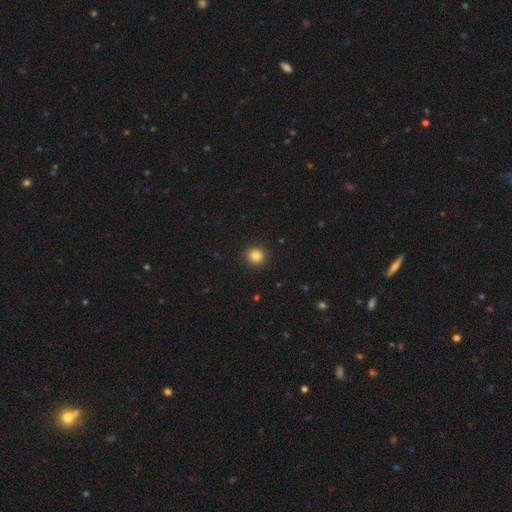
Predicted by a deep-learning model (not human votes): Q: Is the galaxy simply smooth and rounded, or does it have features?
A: smooth — 83%.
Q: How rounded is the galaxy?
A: round — 86%.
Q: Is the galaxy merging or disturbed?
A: none — 91%.